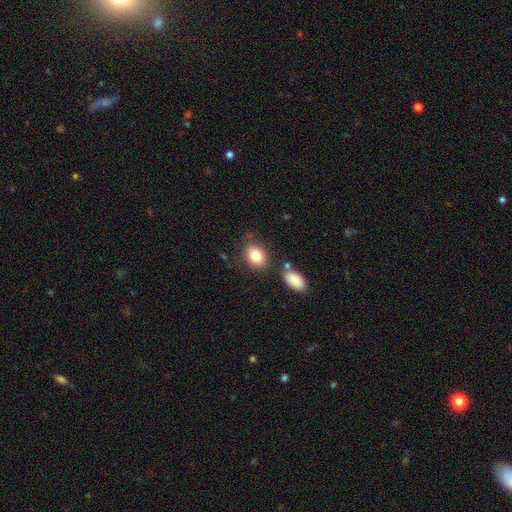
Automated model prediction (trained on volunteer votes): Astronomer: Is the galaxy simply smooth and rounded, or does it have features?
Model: smooth — 83%.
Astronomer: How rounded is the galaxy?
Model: in between — 66%.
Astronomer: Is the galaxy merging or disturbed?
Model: none — 71%.